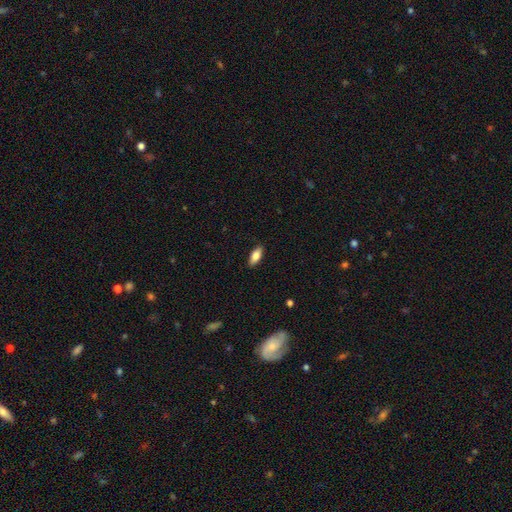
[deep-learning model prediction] Overall: smooth (80%). How rounded: in between (80%). Merging: none (87%).